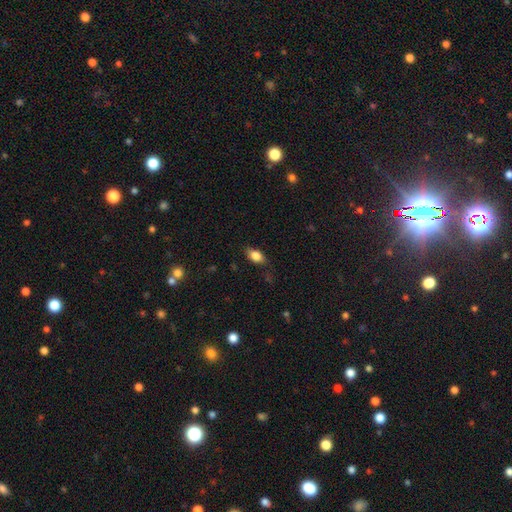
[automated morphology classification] Overall: smooth (81%). How rounded: in between (85%). Merging: none (77%).